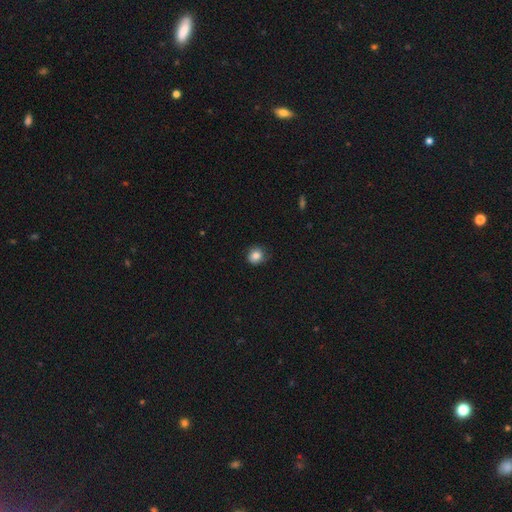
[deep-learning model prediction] A smooth galaxy with no disk features (84%) that is round (78%).

Vote fractions:
- Smooth or featured? smooth: 84% / star or artifact: 10% / featured or disk: 7%
- How rounded? round: 78% / in between: 21% / cigar-shaped: 1%
- Merging? none: 77% / minor disturbance: 18% / major disturbance: 4% / merger: 1%